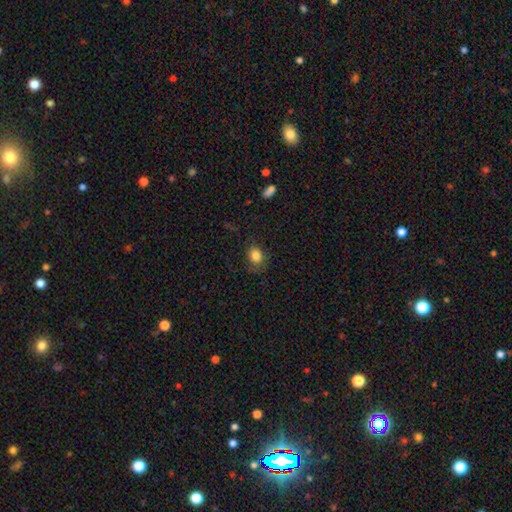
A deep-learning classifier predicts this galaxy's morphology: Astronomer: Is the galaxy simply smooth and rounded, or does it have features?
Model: smooth — 82%.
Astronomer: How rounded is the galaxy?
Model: in between — 51% (runner-up: round, 48%).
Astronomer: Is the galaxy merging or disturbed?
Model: none — 70%.